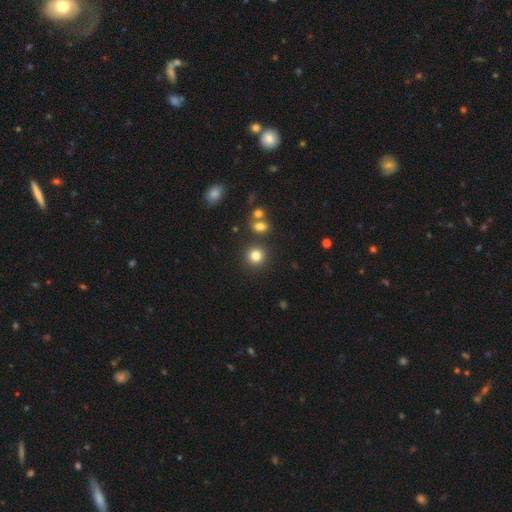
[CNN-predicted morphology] This appears to be a smooth galaxy with no disk features (81%) that is round (91%). Merging: none (84%).